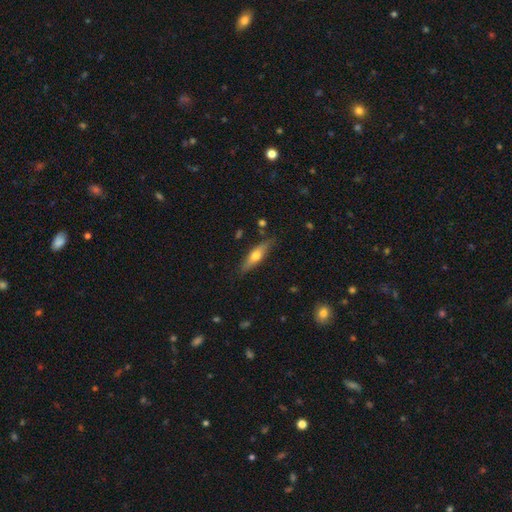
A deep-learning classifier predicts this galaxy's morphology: type=smooth (49%); merging=none (83%).